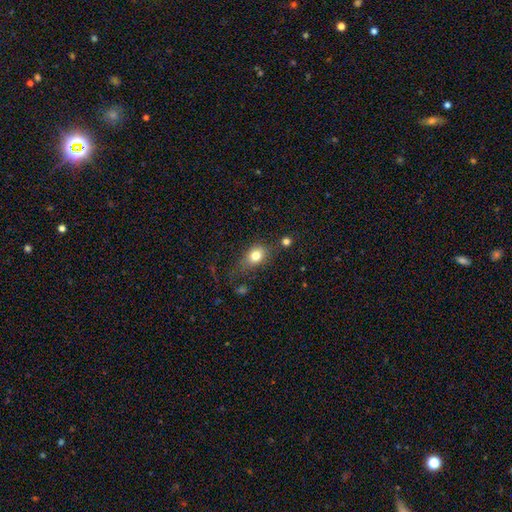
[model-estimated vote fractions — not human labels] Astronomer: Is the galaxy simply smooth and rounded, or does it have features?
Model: smooth — 79%.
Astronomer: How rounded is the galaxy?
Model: in between — 57% (runner-up: round, 41%).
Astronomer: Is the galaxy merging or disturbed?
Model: none — 58%.